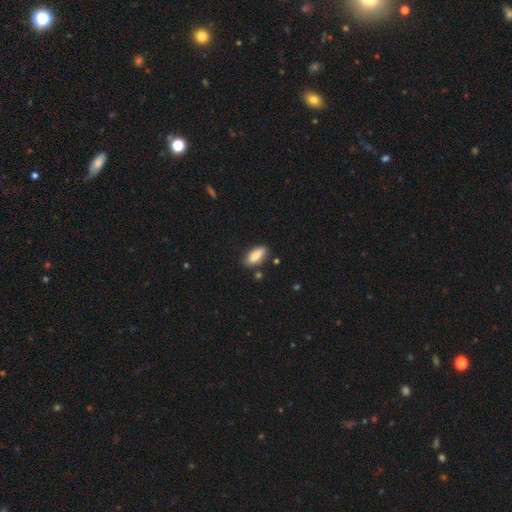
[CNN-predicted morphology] type=smooth (87%); roundness=in between (78%); merging=none (79%).